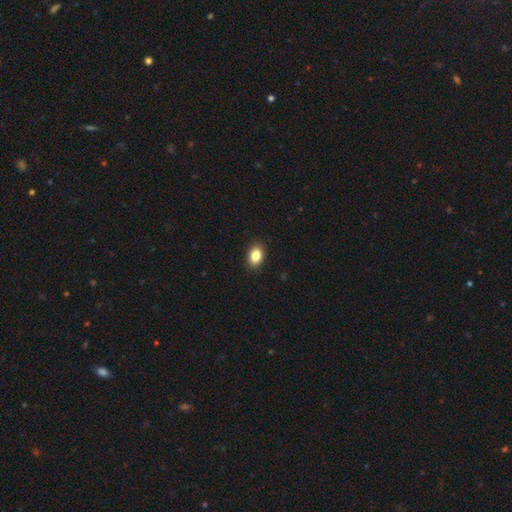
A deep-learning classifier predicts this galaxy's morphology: type=smooth (85%); roundness=in between (83%); merging=none (90%).